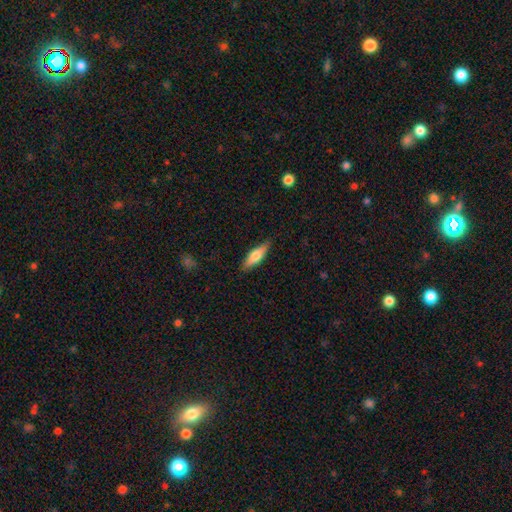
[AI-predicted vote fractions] Q: Smooth or featured?
A: smooth (68%); runner-up: featured or disk (26%)
Q: How rounded?
A: in between (49%); runner-up: cigar-shaped (48%)
Q: Merging?
A: none (86%); runner-up: minor disturbance (11%)